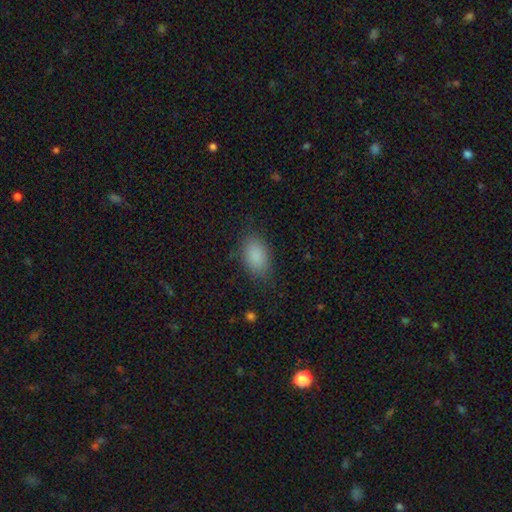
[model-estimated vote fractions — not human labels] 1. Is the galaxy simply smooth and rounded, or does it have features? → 87% smooth, 8% star or artifact, 5% featured or disk.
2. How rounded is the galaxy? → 90% in between, 8% round, 2% cigar-shaped.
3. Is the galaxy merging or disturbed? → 80% none, 14% minor disturbance, 5% major disturbance, 1% merger.